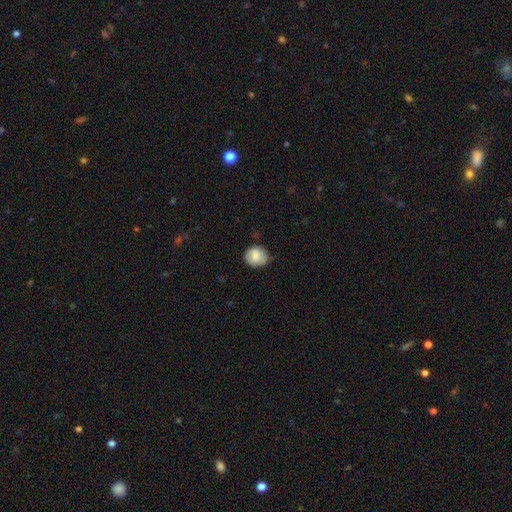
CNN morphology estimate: Smooth or featured? Predicted: smooth (p=0.81). How rounded? Predicted: round (p=0.74). Merging? Predicted: none (p=0.73).